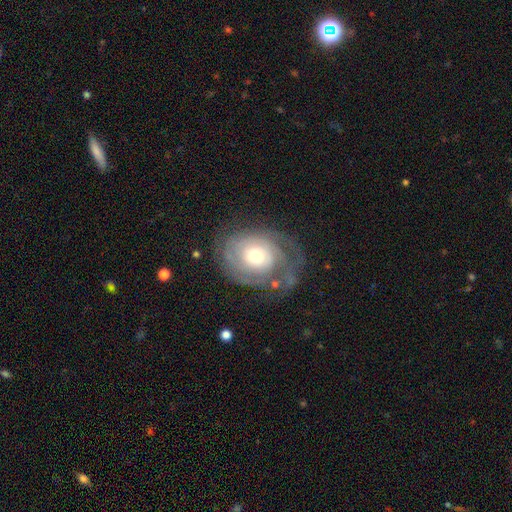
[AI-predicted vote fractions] A featured or disk galaxy (73%) with no bar (80%), tight (68%) spiral arms (83%) and a moderate central bulge (56%).

Vote fractions:
- Smooth or featured? featured or disk: 73% / smooth: 21% / star or artifact: 6%
- Edge-on disk? no: 96% / yes: 4%
- Bar? no: 80% / weak: 16% / strong: 4%
- Spiral arms? yes: 83% / no: 17%
- Spiral winding? tight: 68% / medium: 23% / loose: 10%
- Spiral arm count? can't tell: 42% / 2: 28% / 3: 11% / 1: 9% / 4: 5% / more than 4: 4%
- Bulge size? moderate: 56% / small: 24% / large: 16% / dominant: 2% / none: 1%
- Merging? none: 52% / minor disturbance: 23% / major disturbance: 22% / merger: 3%